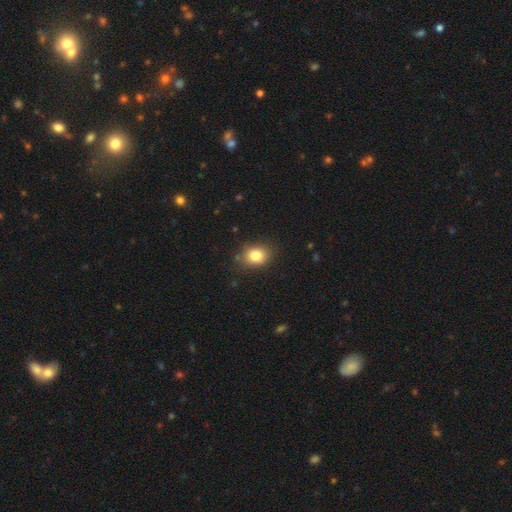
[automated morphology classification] smooth 82%, star or artifact 11%, featured or disk 7%. Down the decision tree: how rounded — round (55%); merging — none (82%).